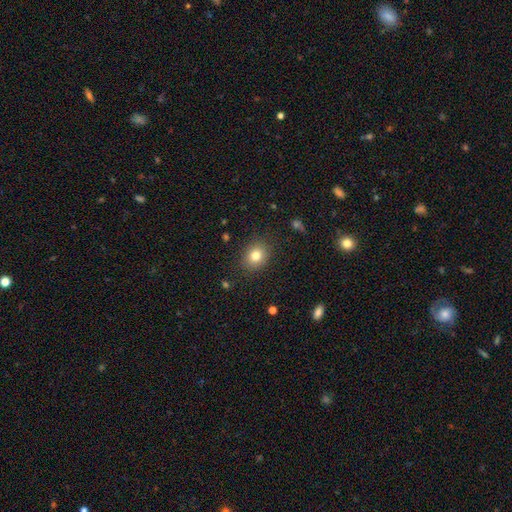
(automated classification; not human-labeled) The model was most divided on "how rounded": round: 60%, in between: 39%, cigar-shaped: 1%. More confident: merging — none (87%); smooth or featured — smooth (80%).